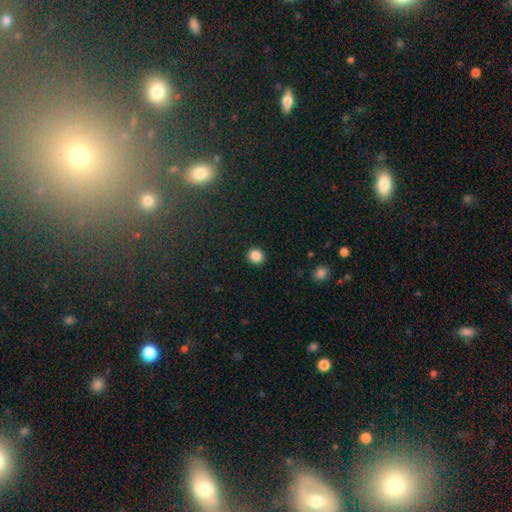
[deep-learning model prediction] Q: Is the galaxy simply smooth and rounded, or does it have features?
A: smooth — 87%.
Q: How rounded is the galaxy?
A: round — 91%.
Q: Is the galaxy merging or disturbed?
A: none — 92%.